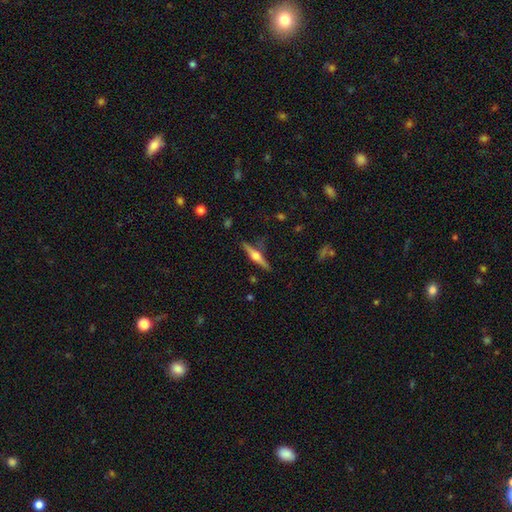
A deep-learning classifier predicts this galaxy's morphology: Smooth or featured? Predicted: featured or disk (p=0.70). Edge-on disk? Predicted: yes (p=0.98). Edge-on bulge? Predicted: rounded (p=0.91). Merging? Predicted: none (p=0.84).